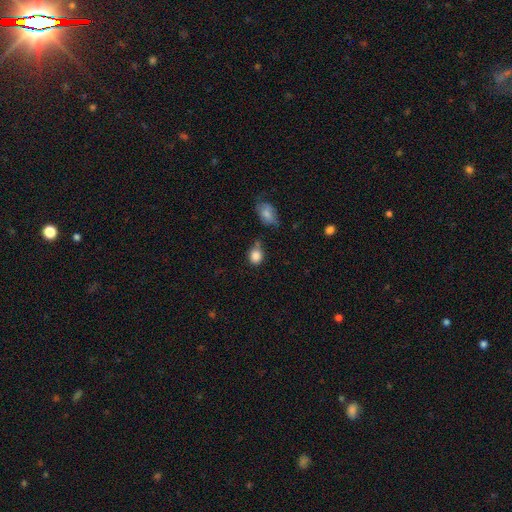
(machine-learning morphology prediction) Smooth or featured?
  - smooth: 85% *
  - star or artifact: 9%
  - featured or disk: 5%
How rounded?
  - round: 65% *
  - in between: 34%
  - cigar-shaped: 1%
Merging?
  - none: 58% *
  - minor disturbance: 24%
  - merger: 11%
  - major disturbance: 6%